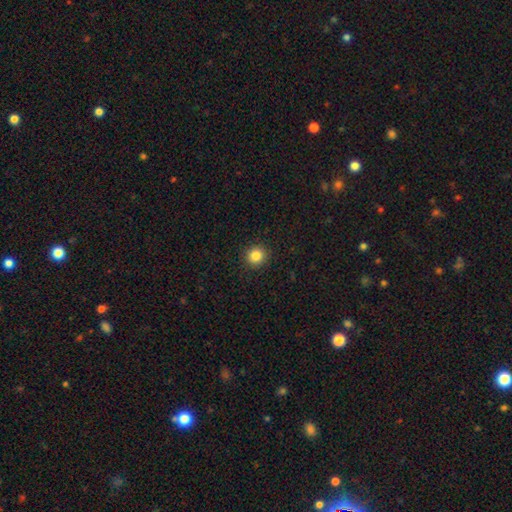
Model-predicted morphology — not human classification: smooth-or-featured: smooth: 84% | star or artifact: 11% | featured or disk: 5%
  how-rounded: round: 93% | in between: 6% | cigar-shaped: 1%
  merging: none: 92% | minor disturbance: 5% | major disturbance: 2% | merger: 1%